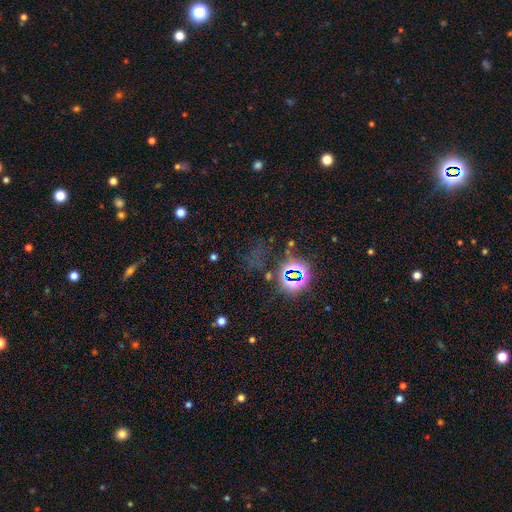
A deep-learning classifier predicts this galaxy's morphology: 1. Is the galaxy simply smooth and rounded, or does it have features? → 70% star or artifact, 17% smooth, 13% featured or disk.